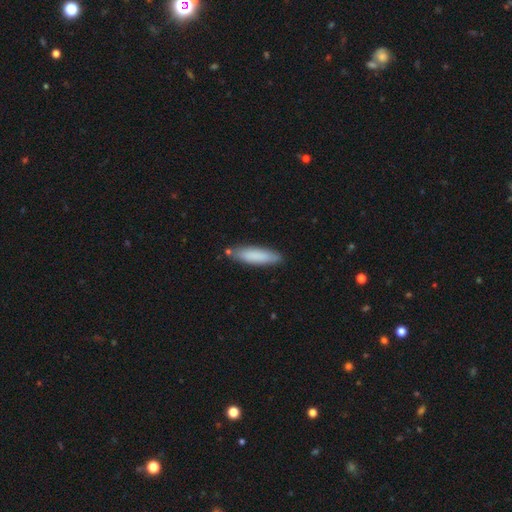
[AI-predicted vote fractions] This is clearly a smooth galaxy (84%). How rounded: likely cigar-shaped (70%). Merging: clearly none (81%).